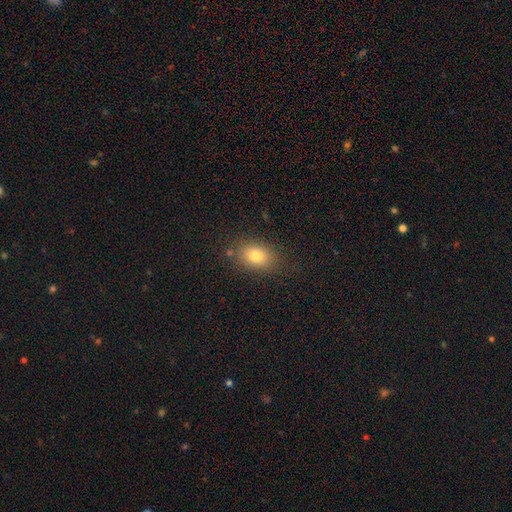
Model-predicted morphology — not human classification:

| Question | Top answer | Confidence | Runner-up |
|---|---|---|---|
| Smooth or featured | smooth | 79% | star or artifact (11%) |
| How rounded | in between | 77% | round (22%) |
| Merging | none | 80% | minor disturbance (13%) |